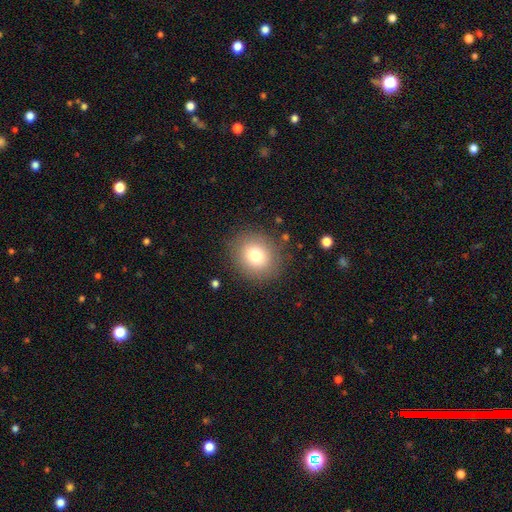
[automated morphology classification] type=smooth (77%); roundness=round (76%); merging=none (85%).